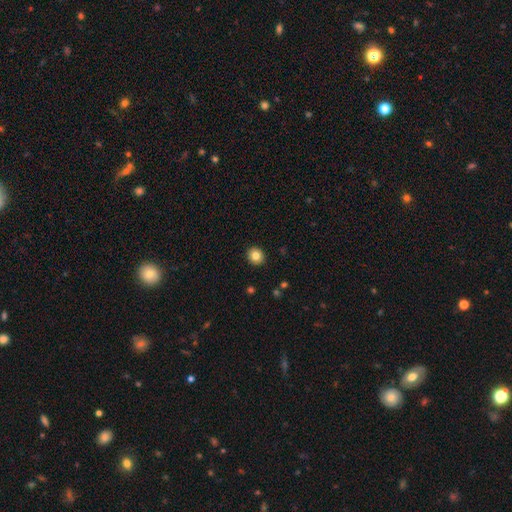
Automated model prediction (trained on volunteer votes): Q: Smooth or featured?
A: smooth (82%); runner-up: star or artifact (10%)
Q: How rounded?
A: round (88%); runner-up: in between (12%)
Q: Merging?
A: none (92%); runner-up: minor disturbance (5%)